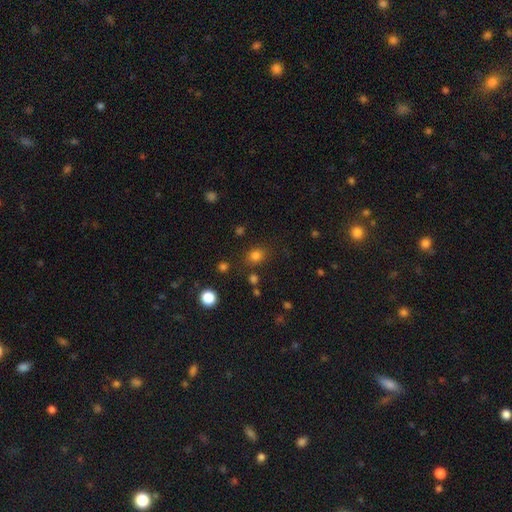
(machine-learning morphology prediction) smooth 79%, star or artifact 15%, featured or disk 6%. Down the decision tree: how rounded — round (62%); merging — none (80%).